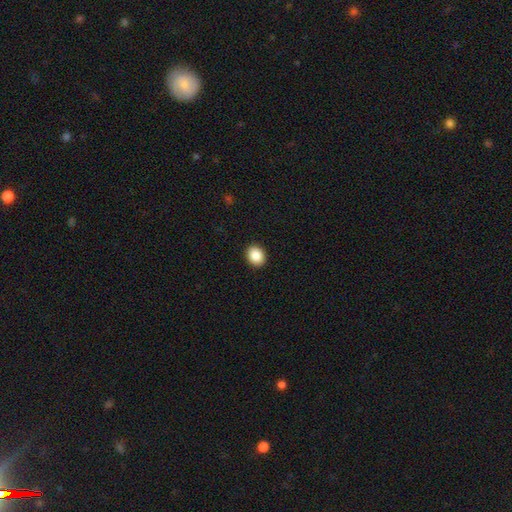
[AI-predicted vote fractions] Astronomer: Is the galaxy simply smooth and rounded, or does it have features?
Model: smooth — 88%.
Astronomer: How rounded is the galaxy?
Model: round — 58% (runner-up: in between, 41%).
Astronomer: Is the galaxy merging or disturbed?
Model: none — 92%.